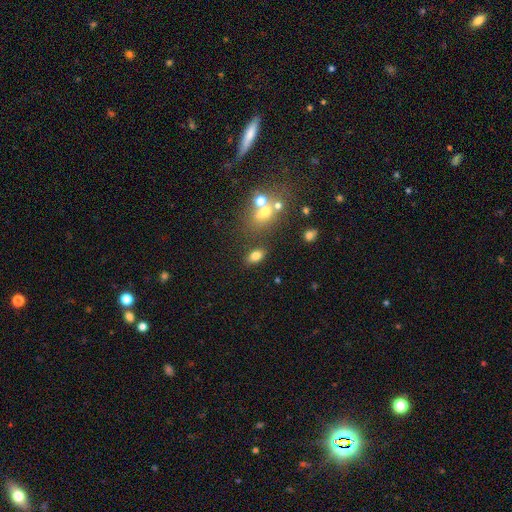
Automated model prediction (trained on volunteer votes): A smooth galaxy with no disk features (76%) that is in between round and cigar-shaped (85%). Merging: none (76%).